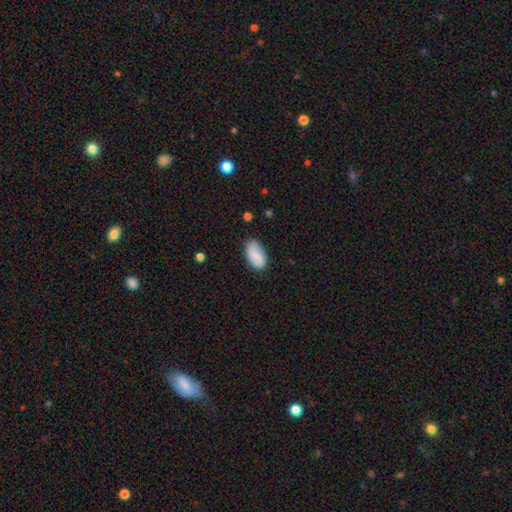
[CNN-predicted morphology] This appears to be a smooth galaxy with no disk features (84%) that is in between round and cigar-shaped (94%). Merging: none (75%).